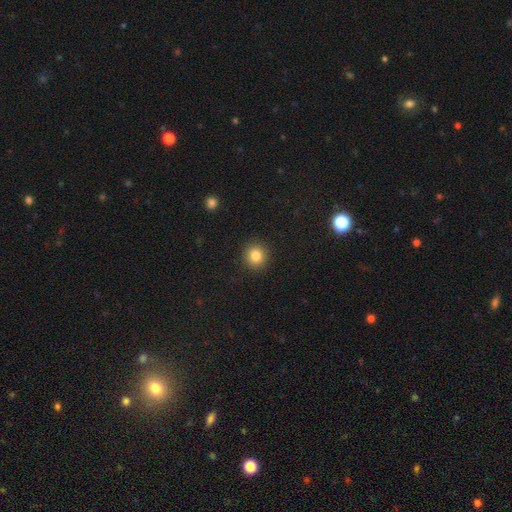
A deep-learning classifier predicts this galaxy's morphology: Q: Smooth or featured?
A: smooth (84%); runner-up: star or artifact (11%)
Q: How rounded?
A: round (89%); runner-up: in between (10%)
Q: Merging?
A: none (91%); runner-up: minor disturbance (6%)